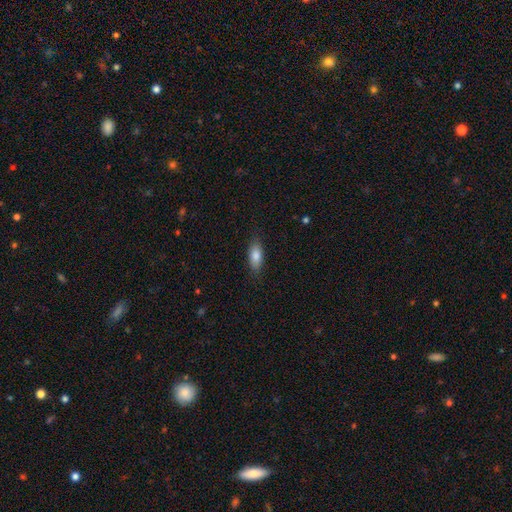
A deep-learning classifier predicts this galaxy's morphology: smooth-or-featured: smooth: 82% | featured or disk: 11% | star or artifact: 7%
  how-rounded: in between: 80% | cigar-shaped: 17% | round: 3%
  merging: none: 84% | minor disturbance: 12% | major disturbance: 3% | merger: 1%